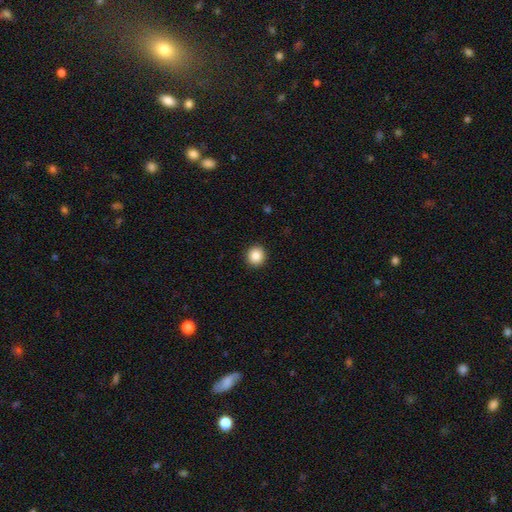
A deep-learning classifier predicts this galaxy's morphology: Smooth or featured?
  - smooth: 86% *
  - star or artifact: 9%
  - featured or disk: 4%
How rounded?
  - round: 92% *
  - in between: 7%
  - cigar-shaped: 1%
Merging?
  - none: 93% *
  - minor disturbance: 5%
  - major disturbance: 2%
  - merger: 1%